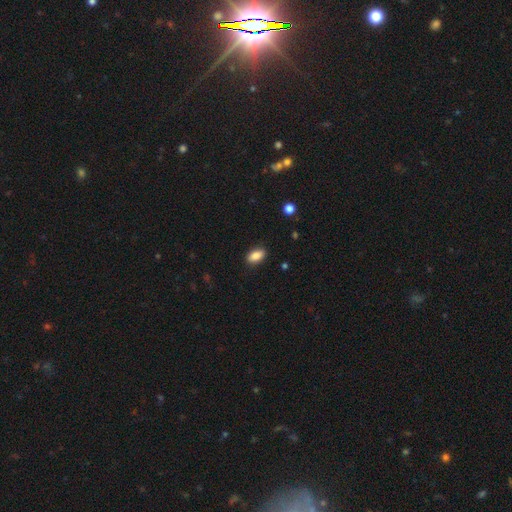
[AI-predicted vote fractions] smooth-or-featured: smooth: 86% | star or artifact: 7% | featured or disk: 7%
  how-rounded: in between: 90% | cigar-shaped: 5% | round: 5%
  merging: none: 86% | minor disturbance: 10% | major disturbance: 2% | merger: 1%